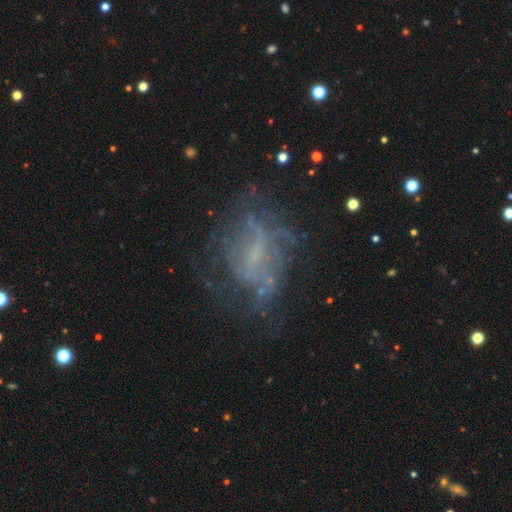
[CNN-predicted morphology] type=featured or disk (60%); edge-on=no (95%); bar=no (64%); spiral arms=no (68%); bulge=none (60%); merging=none (49%).